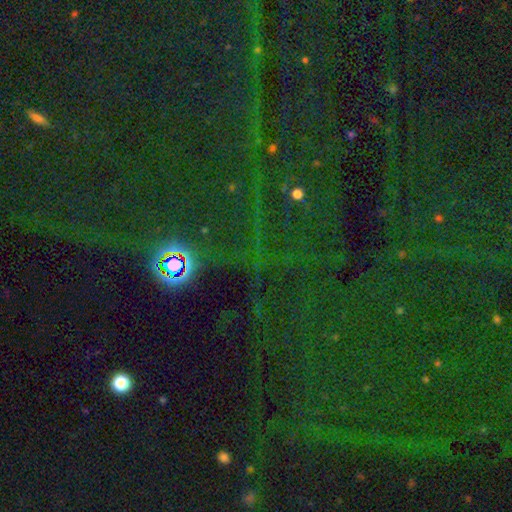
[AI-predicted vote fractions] Smooth or featured? Predicted: star or artifact (p=0.82).